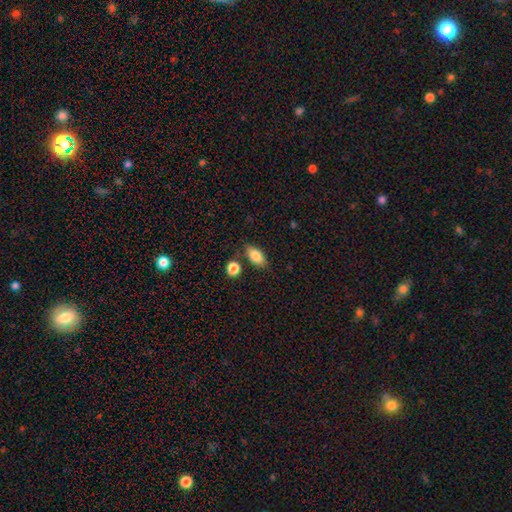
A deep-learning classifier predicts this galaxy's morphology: Smooth or featured? Predicted: smooth (p=0.83). How rounded? Predicted: in between (p=0.87). Merging? Predicted: none (p=0.77).